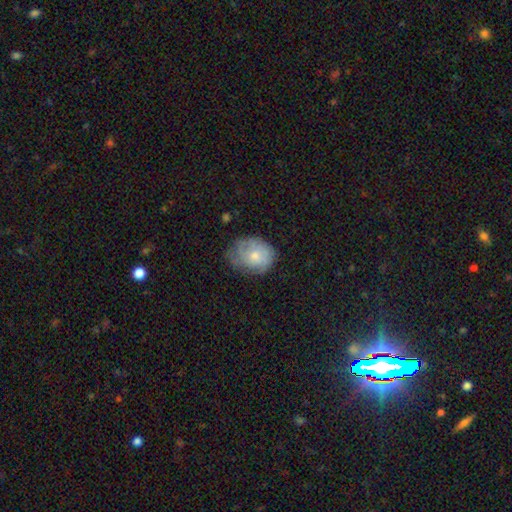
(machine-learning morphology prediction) Smooth or featured?
  - smooth: 57% *
  - featured or disk: 35%
  - star or artifact: 8%
How rounded?
  - in between: 50% *
  - round: 49%
  - cigar-shaped: 1%
Merging?
  - none: 50% *
  - minor disturbance: 33%
  - major disturbance: 16%
  - merger: 2%